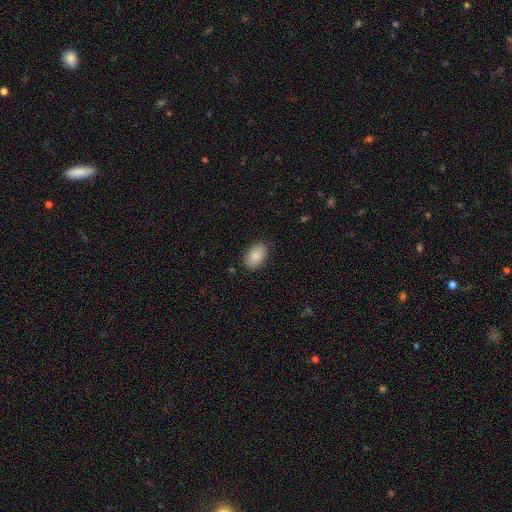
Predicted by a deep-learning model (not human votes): smooth_or_featured: smooth (p=0.88) [alt: star or artifact p=0.07]
how_rounded: in between (p=0.90) [alt: round p=0.09]
merging: none (p=0.87) [alt: minor disturbance p=0.10]